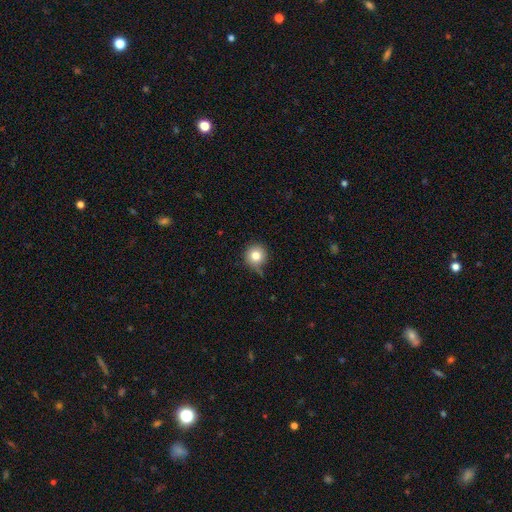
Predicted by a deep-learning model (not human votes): Q: Smooth or featured?
A: smooth (81%); runner-up: star or artifact (10%)
Q: How rounded?
A: round (93%); runner-up: in between (6%)
Q: Merging?
A: none (65%); runner-up: minor disturbance (25%)